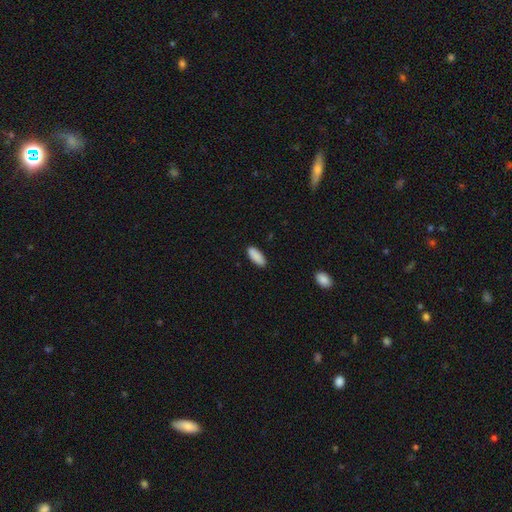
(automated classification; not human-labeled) This appears to be a smooth galaxy with no disk features (89%) that is in between round and cigar-shaped (79%). Merging: none (87%).